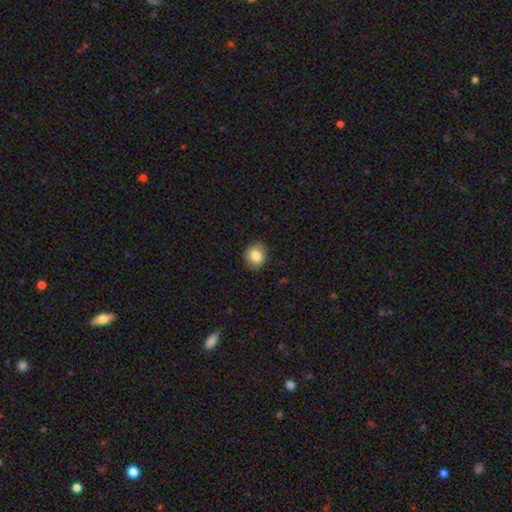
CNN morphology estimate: This is clearly a smooth galaxy (83%). How rounded: likely round (65%). Merging: clearly none (83%).